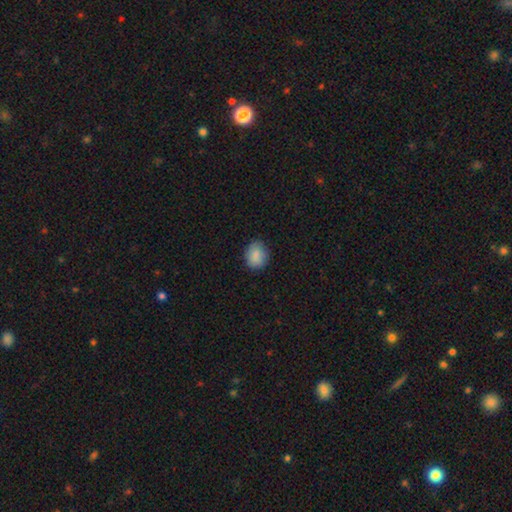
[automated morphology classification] This appears to be a smooth galaxy with no disk features (87%) that is round (57%). Merging: none (82%).